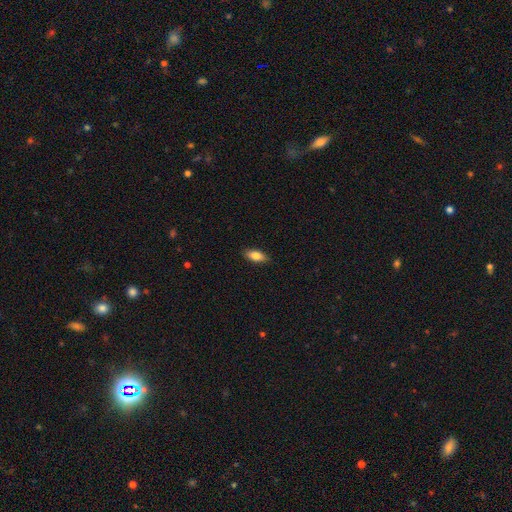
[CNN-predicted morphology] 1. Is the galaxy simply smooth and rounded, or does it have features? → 82% smooth, 12% featured or disk, 7% star or artifact.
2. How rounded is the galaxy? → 82% in between, 15% cigar-shaped, 3% round.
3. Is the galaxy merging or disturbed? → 88% none, 10% minor disturbance, 2% major disturbance, 1% merger.